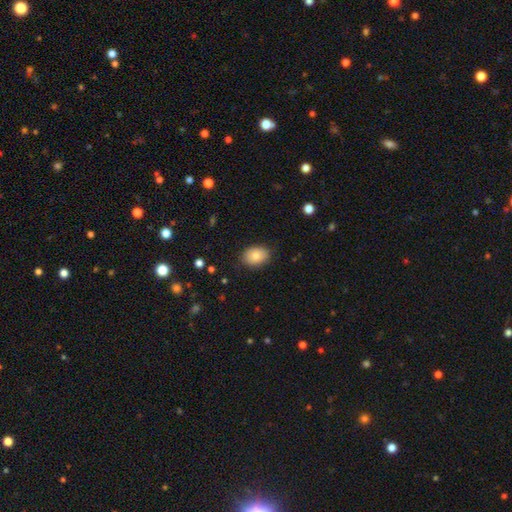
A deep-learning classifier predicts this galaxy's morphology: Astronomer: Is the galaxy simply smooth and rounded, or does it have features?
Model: smooth — 83%.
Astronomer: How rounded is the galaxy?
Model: in between — 75%.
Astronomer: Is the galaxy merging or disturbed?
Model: none — 85%.